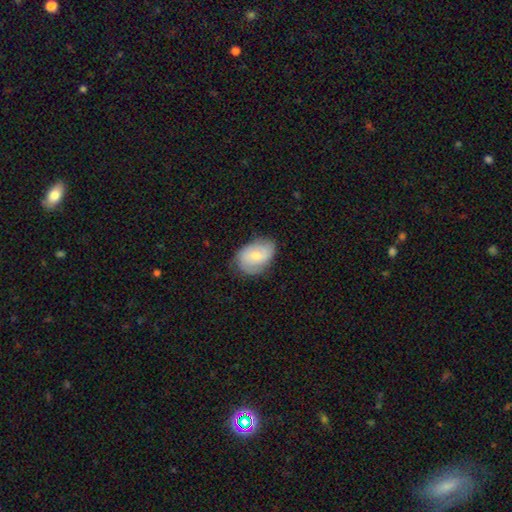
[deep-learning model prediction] smooth_or_featured: smooth (p=0.63) [alt: featured or disk p=0.30]
how_rounded: in between (p=0.85) [alt: round p=0.14]
merging: none (p=0.69) [alt: minor disturbance p=0.25]